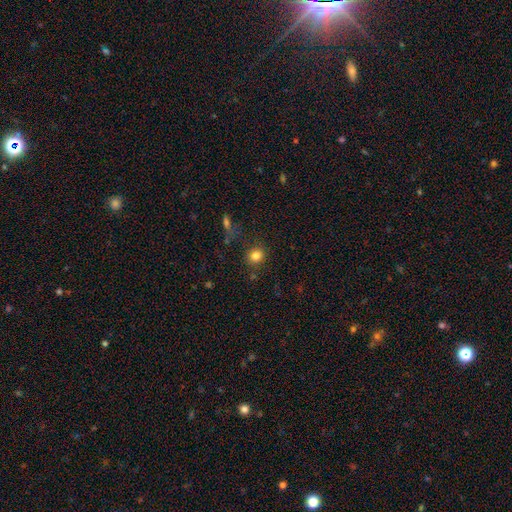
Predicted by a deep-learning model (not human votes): Smooth or featured? Predicted: smooth (p=0.83). How rounded? Predicted: round (p=0.83). Merging? Predicted: none (p=0.83).